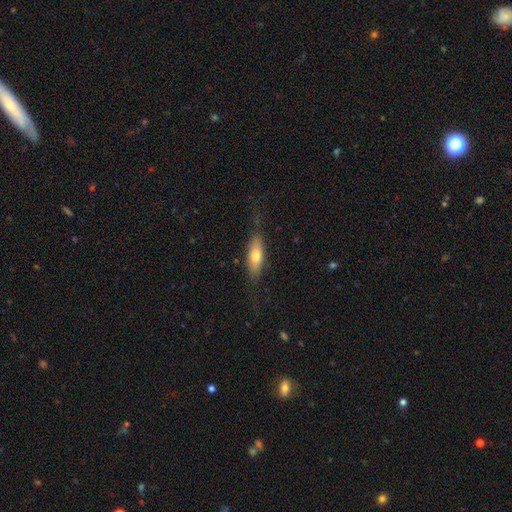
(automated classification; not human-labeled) This is likely a smooth galaxy (68%). How rounded: possibly in between (60%). Merging: likely none (76%).